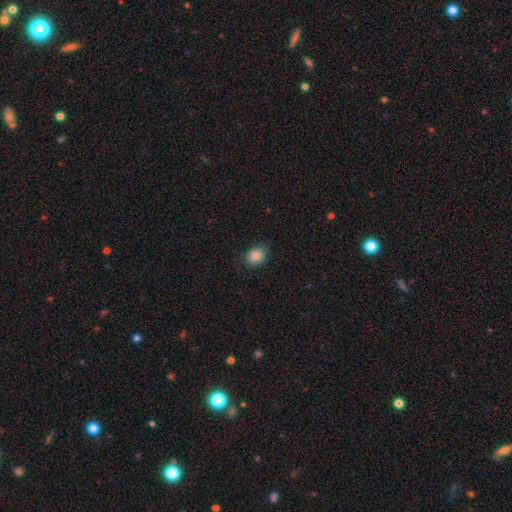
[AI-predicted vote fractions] Smooth or featured? smooth (87%)
How rounded? round (56%)
Merging? none (82%)